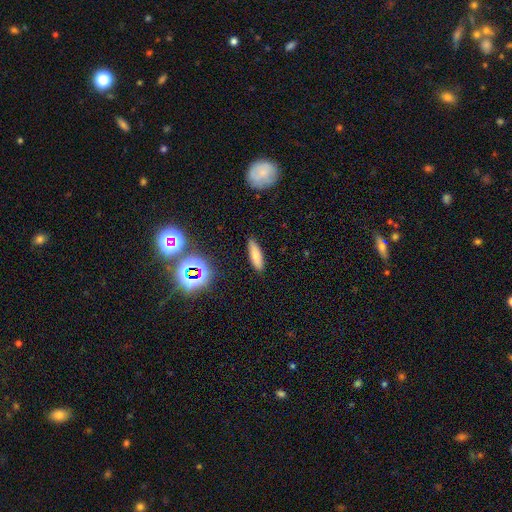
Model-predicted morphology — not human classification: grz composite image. It shows a smooth galaxy with no disk features (74%) that is cigar-shaped (56%). Merging: none (86%).